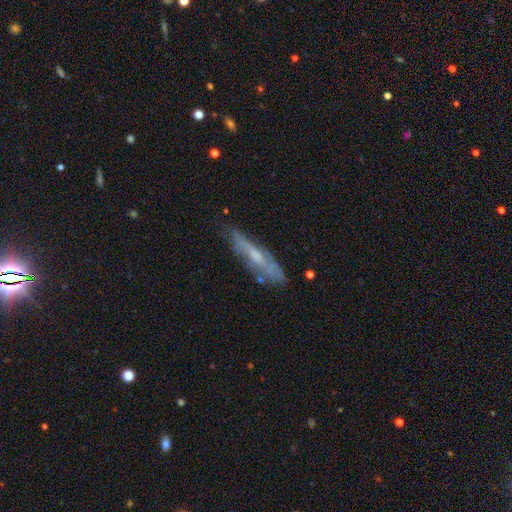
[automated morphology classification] This is possibly a featured or disk galaxy (56%). It is likely viewed edge-on (63%). Merging: likely none (64%).